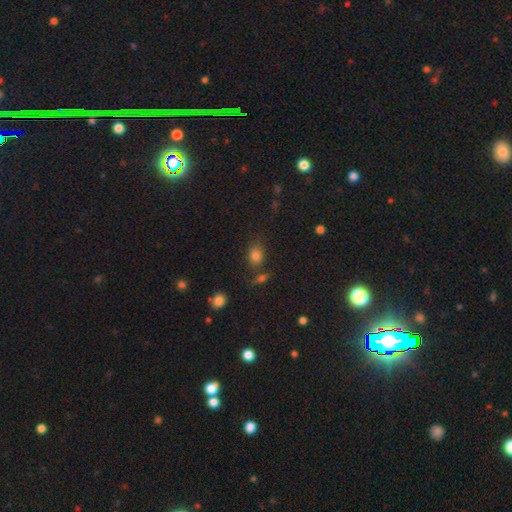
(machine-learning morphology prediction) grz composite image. It shows a smooth galaxy with no disk features (78%) that is in between round and cigar-shaped (53%). Merging: none (67%).